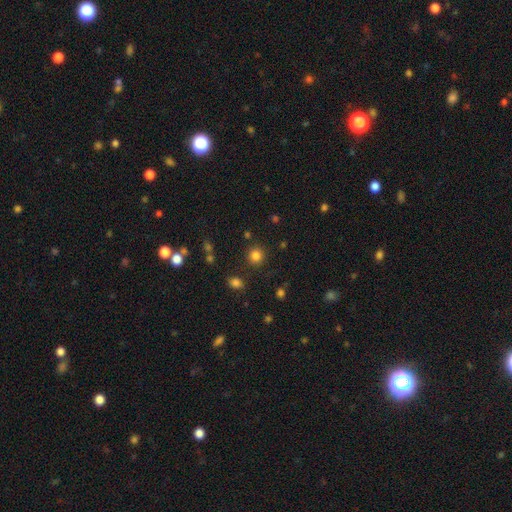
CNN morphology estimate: type=smooth (82%); roundness=round (91%); merging=none (87%).